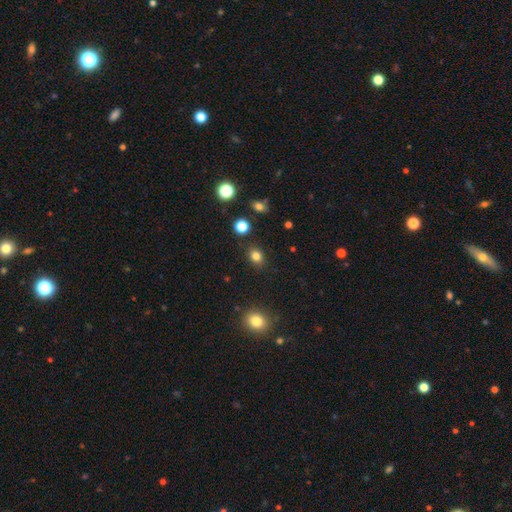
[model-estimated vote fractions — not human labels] Smooth or featured? smooth (81%)
How rounded? round (54%)
Merging? none (86%)